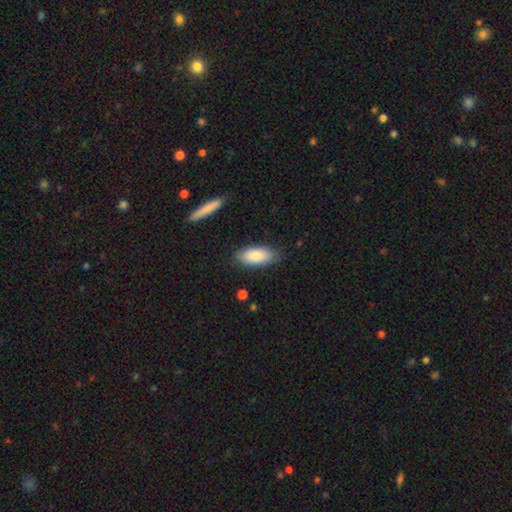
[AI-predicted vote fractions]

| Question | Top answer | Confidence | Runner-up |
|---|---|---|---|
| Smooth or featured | smooth | 85% | featured or disk (9%) |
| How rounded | in between | 85% | cigar-shaped (13%) |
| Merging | none | 83% | minor disturbance (13%) |